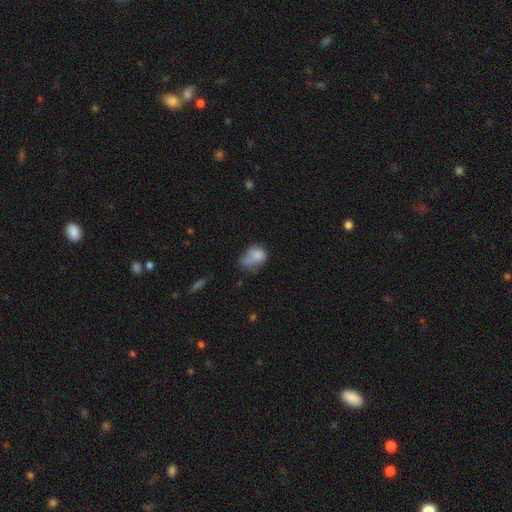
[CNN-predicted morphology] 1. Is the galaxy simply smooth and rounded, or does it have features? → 77% smooth, 13% featured or disk, 10% star or artifact.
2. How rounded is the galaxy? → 64% in between, 35% round, 1% cigar-shaped.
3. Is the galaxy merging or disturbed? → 35% minor disturbance, 28% none, 24% major disturbance, 13% merger.